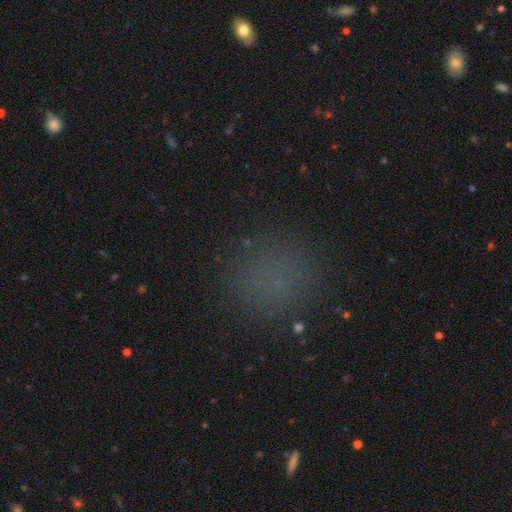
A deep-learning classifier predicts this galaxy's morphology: smooth_or_featured: smooth (p=0.67) [alt: star or artifact p=0.27]
how_rounded: round (p=0.88) [alt: in between p=0.11]
merging: none (p=0.87) [alt: minor disturbance p=0.08]